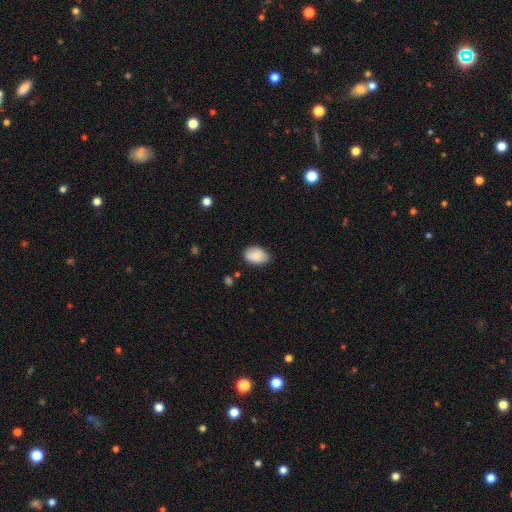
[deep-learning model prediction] Morphology: type=smooth (88%); roundness=in between (88%); merging=none (73%).